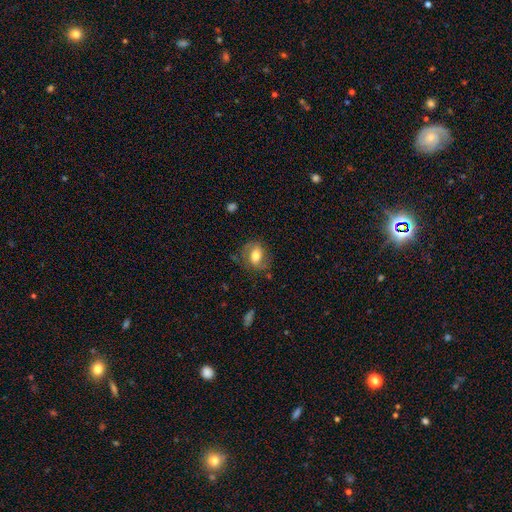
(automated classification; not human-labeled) Morphology: type=smooth (61%); roundness=in between (66%); merging=none (68%).